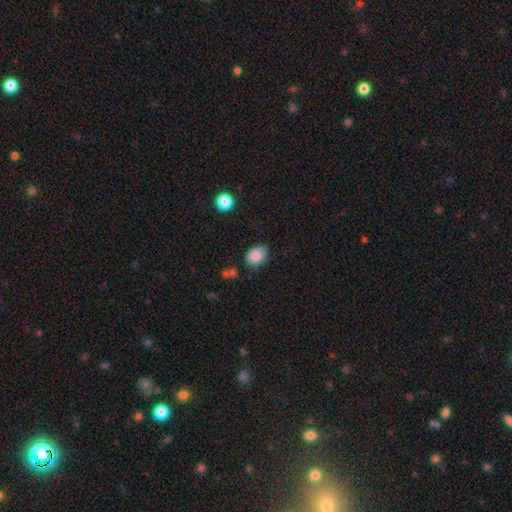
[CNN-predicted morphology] Smooth or featured? smooth (84%)
How rounded? in between (71%)
Merging? none (69%)